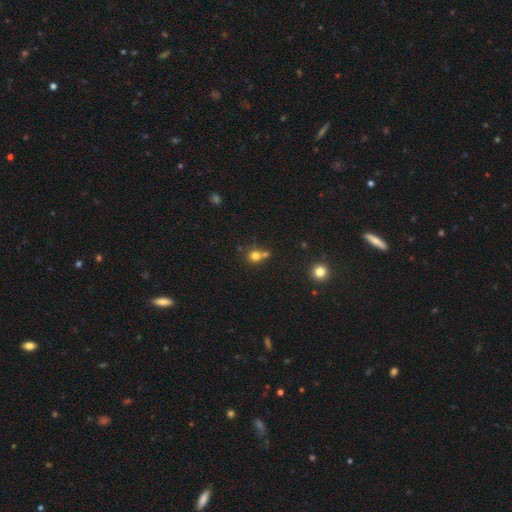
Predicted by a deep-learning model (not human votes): smooth 76%, star or artifact 14%, featured or disk 10%. Down the decision tree: how rounded — round (85%); merging — none (51%).